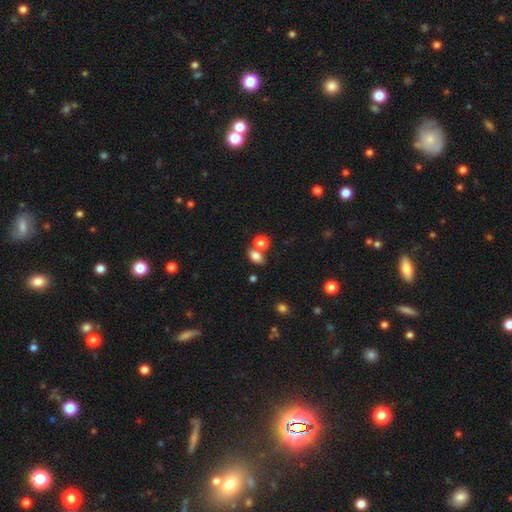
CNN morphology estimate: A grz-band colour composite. It shows a smooth galaxy with no disk features (81%) that is in between round and cigar-shaped (76%). Merging: none (53%).